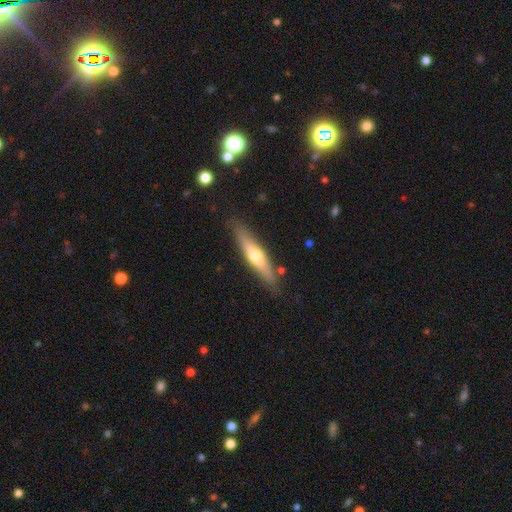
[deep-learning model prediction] featured or disk 48%, smooth 47%, star or artifact 5%. Down the decision tree: merging — none (83%).